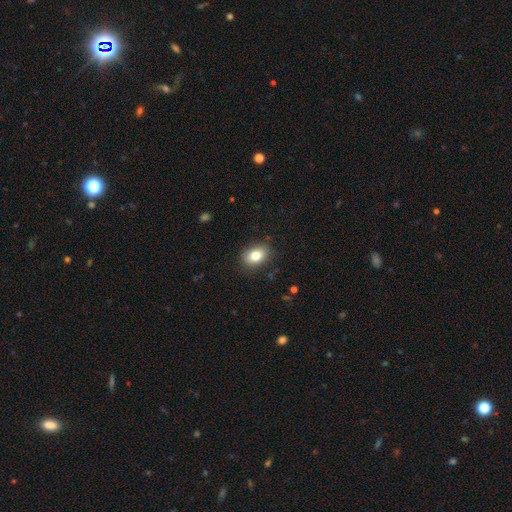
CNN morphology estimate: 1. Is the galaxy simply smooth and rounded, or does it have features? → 82% smooth, 9% featured or disk, 9% star or artifact.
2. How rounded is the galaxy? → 80% in between, 19% round, 1% cigar-shaped.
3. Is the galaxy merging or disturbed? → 84% none, 12% minor disturbance, 3% major disturbance, 1% merger.